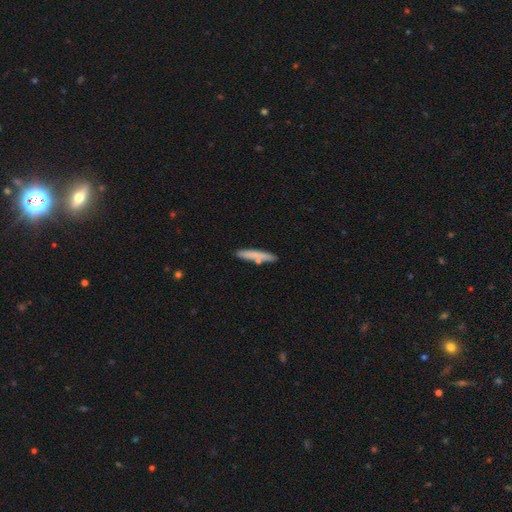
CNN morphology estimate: Smooth or featured?
  - smooth: 74% *
  - featured or disk: 20%
  - star or artifact: 6%
How rounded?
  - cigar-shaped: 91% *
  - in between: 7%
  - round: 2%
Merging?
  - none: 78% *
  - minor disturbance: 12%
  - merger: 8%
  - major disturbance: 2%